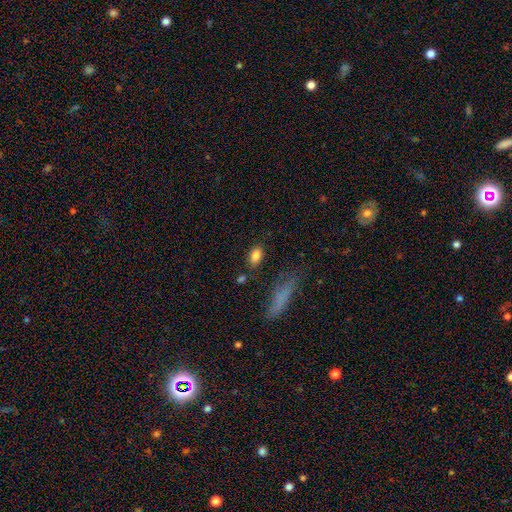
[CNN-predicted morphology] Q: Smooth or featured?
A: smooth (85%); runner-up: star or artifact (9%)
Q: How rounded?
A: in between (87%); runner-up: round (9%)
Q: Merging?
A: none (81%); runner-up: minor disturbance (11%)